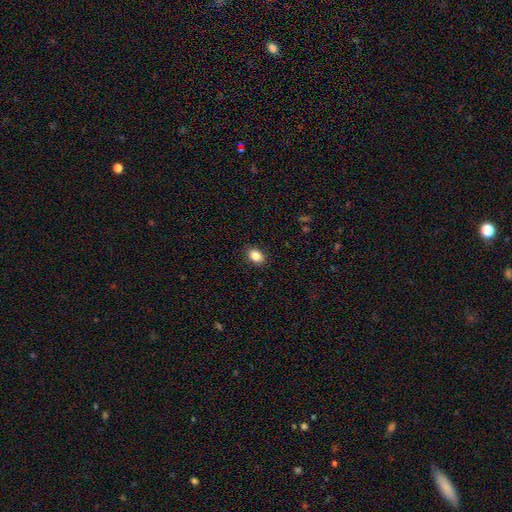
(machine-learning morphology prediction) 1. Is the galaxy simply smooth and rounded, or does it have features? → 86% smooth, 9% star or artifact, 5% featured or disk.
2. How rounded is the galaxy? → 72% in between, 27% round, 1% cigar-shaped.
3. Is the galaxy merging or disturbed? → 89% none, 8% minor disturbance, 2% major disturbance, 1% merger.